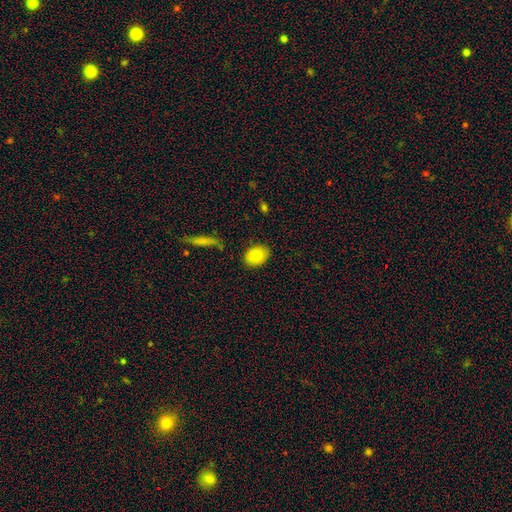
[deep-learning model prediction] smooth 83%, featured or disk 10%, star or artifact 8%. Down the decision tree: how rounded — in between (73%); merging — none (85%).